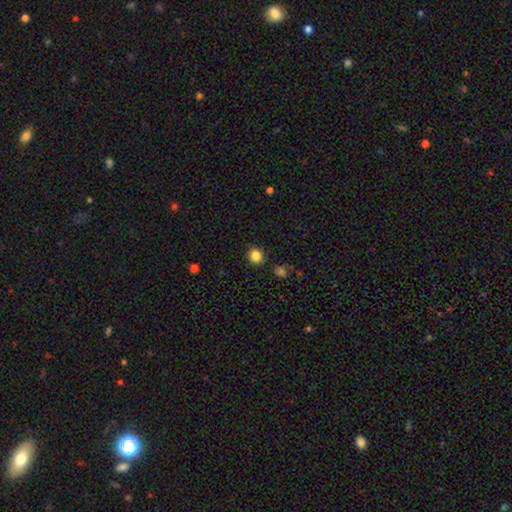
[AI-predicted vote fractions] Smooth or featured: smooth — 83% (star or artifact — 12%)
How rounded: round — 90% (in between — 9%)
Merging: none — 89% (minor disturbance — 7%)